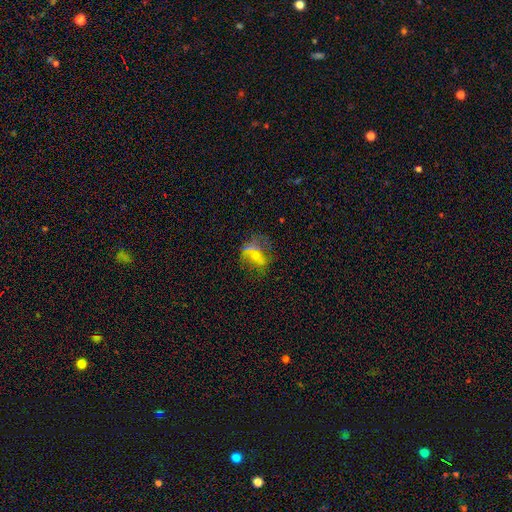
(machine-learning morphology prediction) This appears to be a smooth galaxy with no disk features (41%). Merging: none (53%).